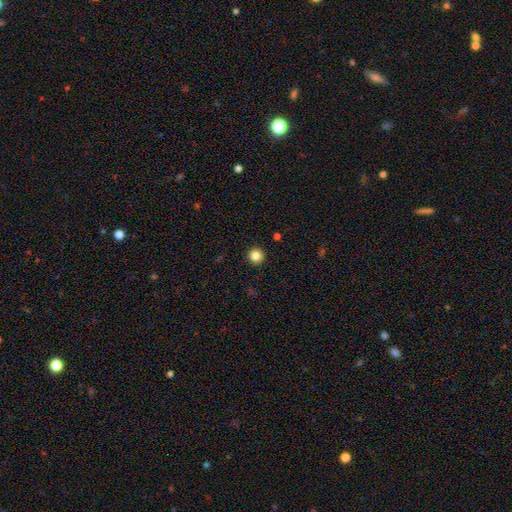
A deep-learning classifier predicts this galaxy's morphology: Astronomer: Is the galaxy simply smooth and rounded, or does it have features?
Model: smooth — 83%.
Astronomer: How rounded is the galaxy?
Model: round — 96%.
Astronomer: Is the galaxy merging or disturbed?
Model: none — 94%.